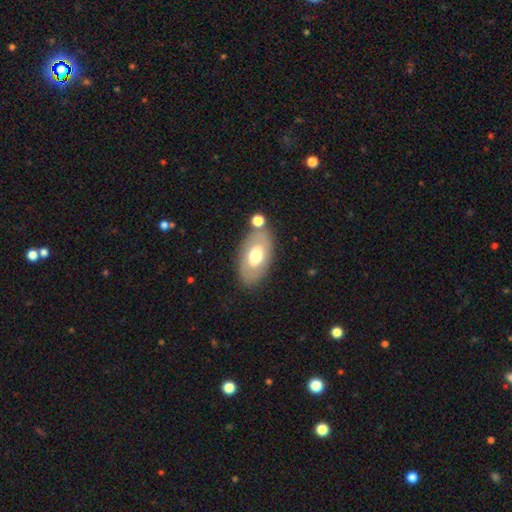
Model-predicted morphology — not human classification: smooth-or-featured: smooth: 57% | featured or disk: 36% | star or artifact: 7%
  how-rounded: in between: 92% | round: 6% | cigar-shaped: 2%
  merging: none: 73% | minor disturbance: 13% | merger: 10% | major disturbance: 5%